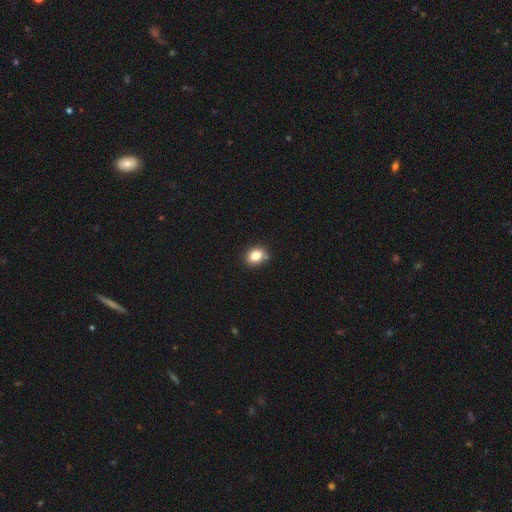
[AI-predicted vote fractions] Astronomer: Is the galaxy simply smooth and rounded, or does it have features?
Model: smooth — 82%.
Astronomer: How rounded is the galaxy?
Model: round — 50% (runner-up: in between, 49%).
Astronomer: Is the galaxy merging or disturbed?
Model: none — 82%.